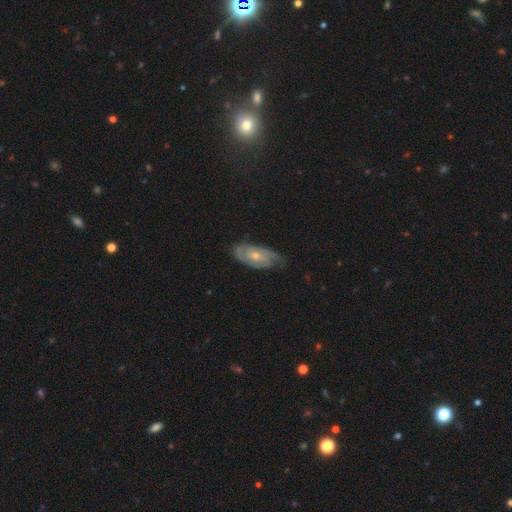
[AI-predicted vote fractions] This appears to be a featured or disk galaxy (77%) with no bar (72%), 2 (52%) tight (58%) spiral arms (91%) and a moderate central bulge (50%). Merging: none (66%).